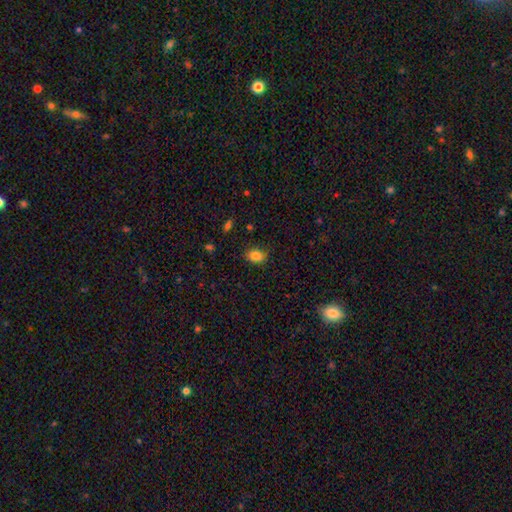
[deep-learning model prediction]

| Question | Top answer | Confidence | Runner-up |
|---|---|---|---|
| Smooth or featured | smooth | 83% | star or artifact (9%) |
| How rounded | in between | 76% | round (23%) |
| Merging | none | 84% | minor disturbance (13%) |